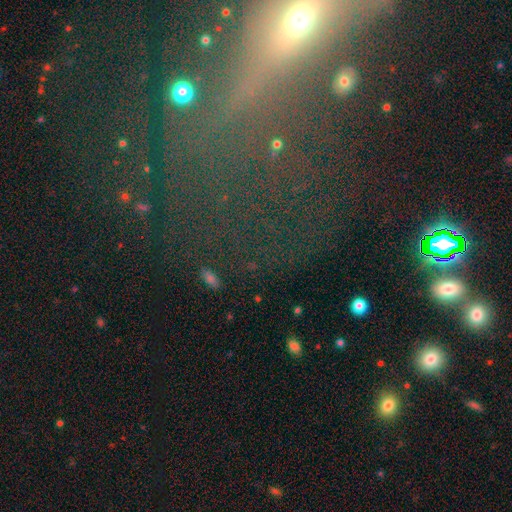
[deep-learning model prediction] Q: Smooth or featured?
A: star or artifact (56%); runner-up: featured or disk (22%)